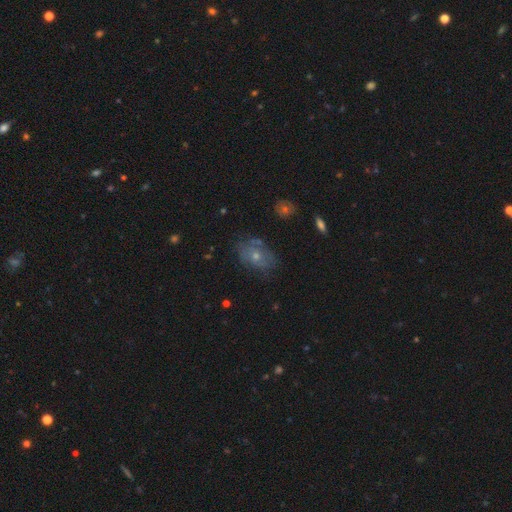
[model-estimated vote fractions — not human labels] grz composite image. It shows a featured or disk galaxy (43%). Merging: none (73%).